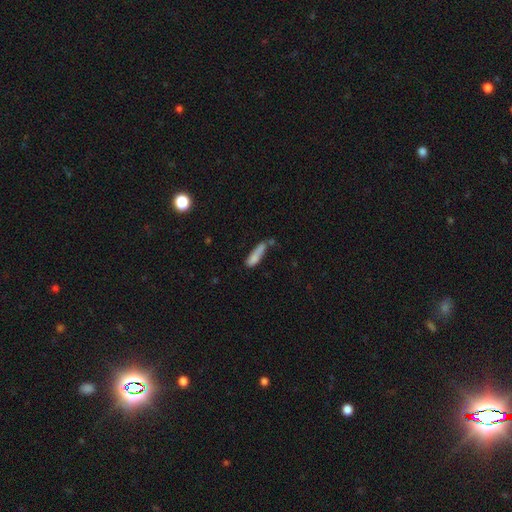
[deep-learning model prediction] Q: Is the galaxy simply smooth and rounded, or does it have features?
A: smooth — 81%.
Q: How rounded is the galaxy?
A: cigar-shaped — 66%.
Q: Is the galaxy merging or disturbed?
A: none — 44%.